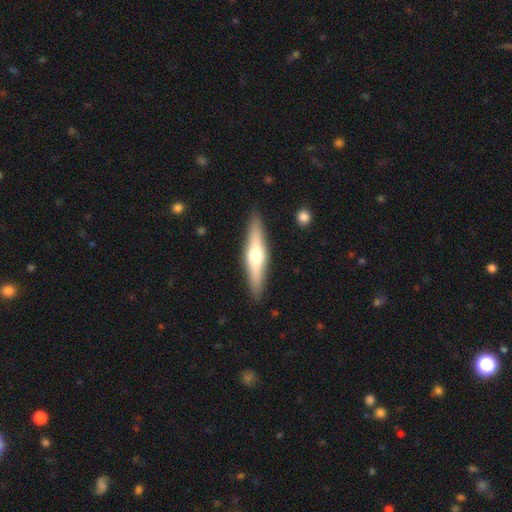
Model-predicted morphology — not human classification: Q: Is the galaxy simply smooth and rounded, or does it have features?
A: featured or disk — 53%.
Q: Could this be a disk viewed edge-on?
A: yes — 92%.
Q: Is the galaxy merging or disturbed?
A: none — 89%.